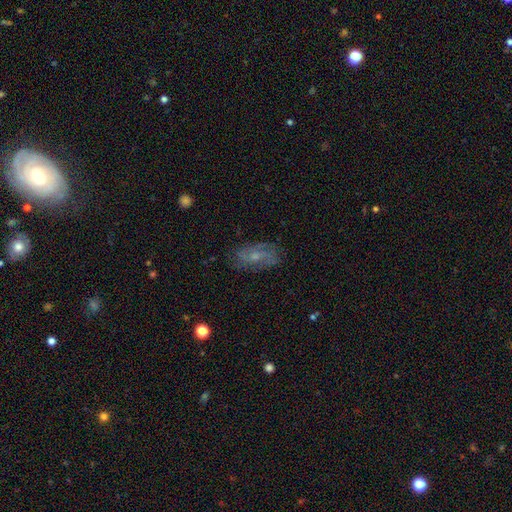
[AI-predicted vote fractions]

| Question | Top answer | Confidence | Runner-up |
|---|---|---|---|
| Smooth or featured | featured or disk | 62% | smooth (27%) |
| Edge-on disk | no | 93% | yes (7%) |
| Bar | no | 63% | weak (32%) |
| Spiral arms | yes | 83% | no (17%) |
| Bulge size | small | 50% | moderate (41%) |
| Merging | none | 75% | minor disturbance (17%) |